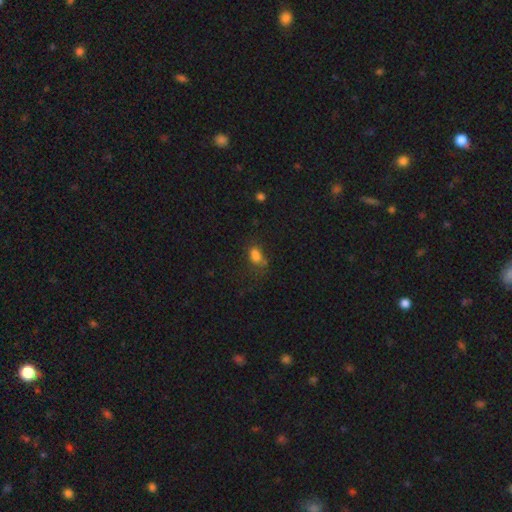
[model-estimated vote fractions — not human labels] Smooth or featured?
  - smooth: 77% *
  - star or artifact: 15%
  - featured or disk: 9%
How rounded?
  - in between: 80% *
  - round: 16%
  - cigar-shaped: 3%
Merging?
  - none: 48% *
  - minor disturbance: 25%
  - major disturbance: 19%
  - merger: 8%